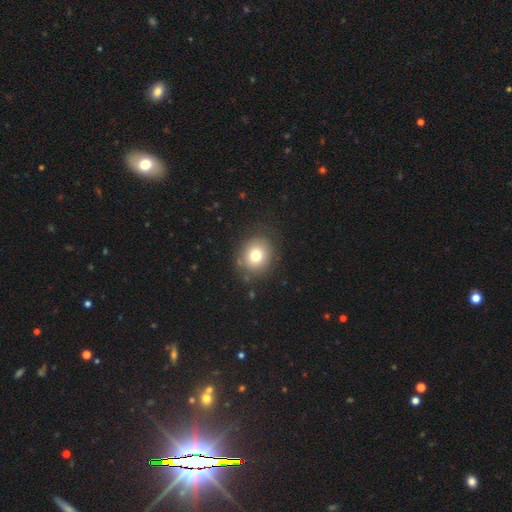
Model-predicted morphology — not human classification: Smooth or featured? Predicted: smooth (p=0.75). How rounded? Predicted: round (p=0.77). Merging? Predicted: none (p=0.84).